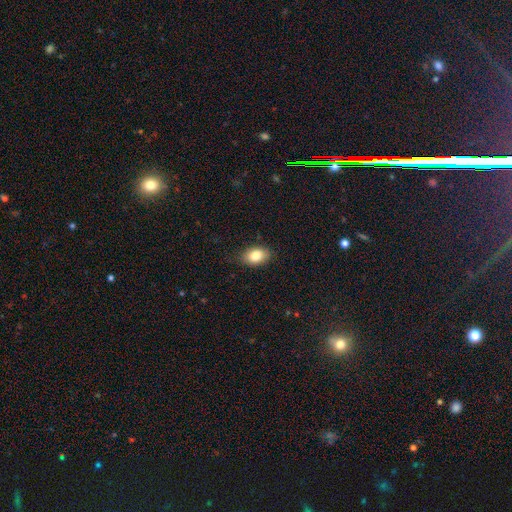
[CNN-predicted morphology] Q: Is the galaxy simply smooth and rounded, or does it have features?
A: smooth — 83%.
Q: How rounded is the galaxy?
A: in between — 83%.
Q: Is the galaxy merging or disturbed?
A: none — 83%.